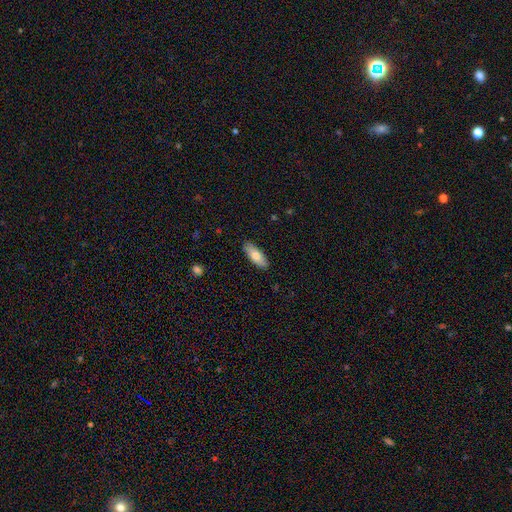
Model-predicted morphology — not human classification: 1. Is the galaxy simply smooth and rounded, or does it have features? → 77% smooth, 17% featured or disk, 6% star or artifact.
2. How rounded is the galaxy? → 68% in between, 30% cigar-shaped, 2% round.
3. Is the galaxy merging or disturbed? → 88% none, 9% minor disturbance, 2% major disturbance, 1% merger.